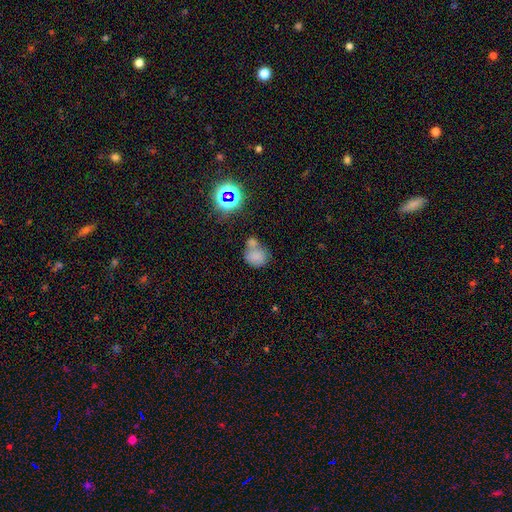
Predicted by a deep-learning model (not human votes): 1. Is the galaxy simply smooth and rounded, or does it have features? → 69% smooth, 16% star or artifact, 14% featured or disk.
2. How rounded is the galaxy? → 63% round, 36% in between, 1% cigar-shaped.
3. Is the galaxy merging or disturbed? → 48% merger, 30% none, 14% minor disturbance, 8% major disturbance.